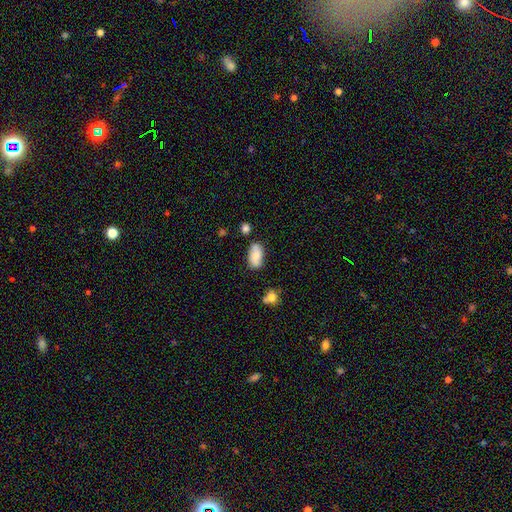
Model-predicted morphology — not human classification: Q: Smooth or featured?
A: smooth (79%); runner-up: featured or disk (14%)
Q: How rounded?
A: in between (92%); runner-up: round (5%)
Q: Merging?
A: none (71%); runner-up: minor disturbance (19%)